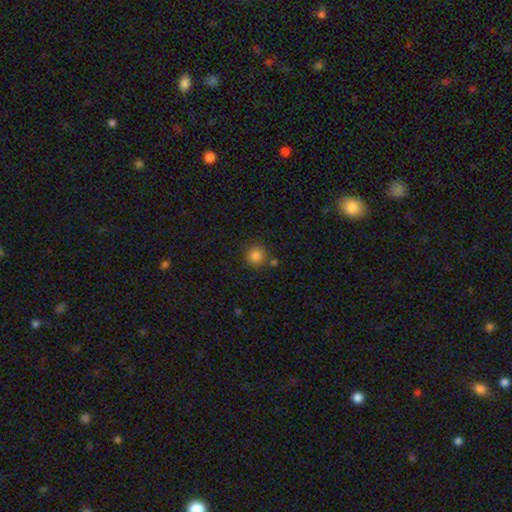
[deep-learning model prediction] Smooth or featured? Predicted: smooth (p=0.84). How rounded? Predicted: round (p=0.94). Merging? Predicted: none (p=0.80).